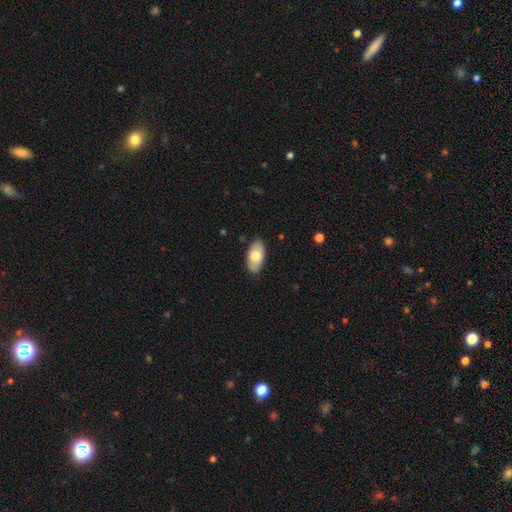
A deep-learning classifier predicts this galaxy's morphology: This is likely a smooth galaxy (71%). How rounded: clearly in between (94%). Merging: clearly none (85%).